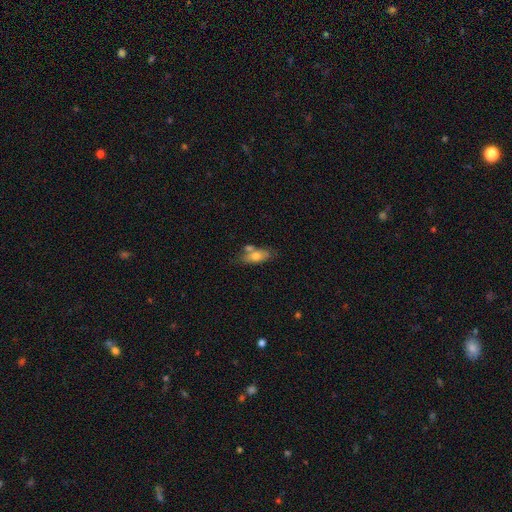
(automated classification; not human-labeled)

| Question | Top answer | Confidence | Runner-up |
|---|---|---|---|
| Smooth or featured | smooth | 66% | featured or disk (27%) |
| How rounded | in between | 78% | cigar-shaped (17%) |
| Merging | none | 54% | merger (24%) |